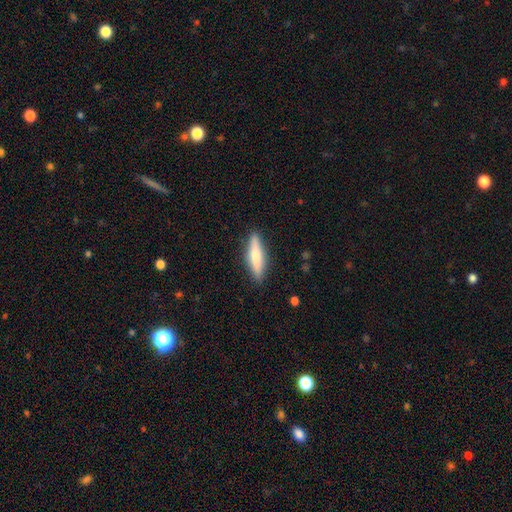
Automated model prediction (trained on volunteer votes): smooth 63%, featured or disk 31%, star or artifact 6%. Down the decision tree: how rounded — cigar-shaped (79%); merging — none (88%).